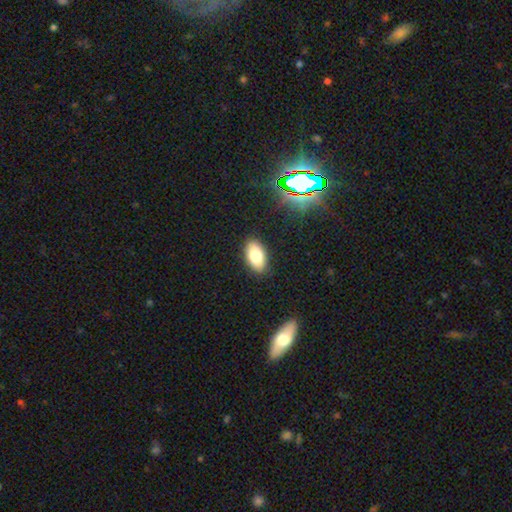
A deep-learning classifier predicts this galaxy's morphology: This is likely a smooth galaxy (79%). How rounded: clearly in between (93%). Merging: clearly none (88%).